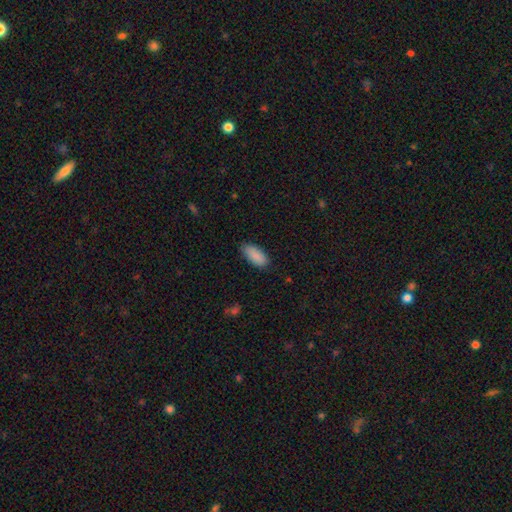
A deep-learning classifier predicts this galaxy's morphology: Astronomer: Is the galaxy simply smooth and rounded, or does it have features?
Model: smooth — 90%.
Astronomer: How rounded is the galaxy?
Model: in between — 87%.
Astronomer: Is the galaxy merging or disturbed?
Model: none — 82%.